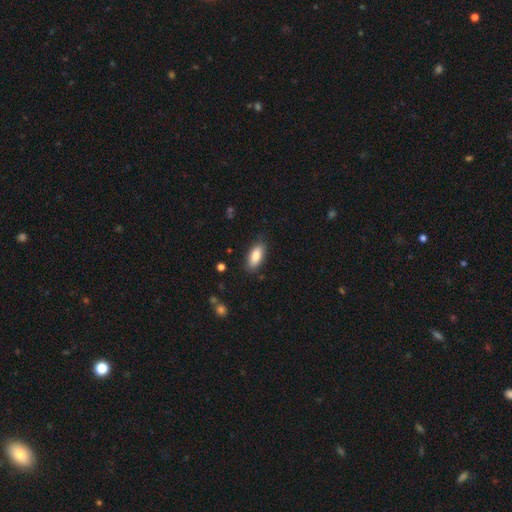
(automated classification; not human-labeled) A smooth galaxy with no disk features (85%) that is in between round and cigar-shaped (84%).

Vote fractions:
- Smooth or featured? smooth: 85% / featured or disk: 9% / star or artifact: 6%
- How rounded? in between: 84% / cigar-shaped: 14% / round: 2%
- Merging? none: 83% / minor disturbance: 13% / major disturbance: 3% / merger: 1%